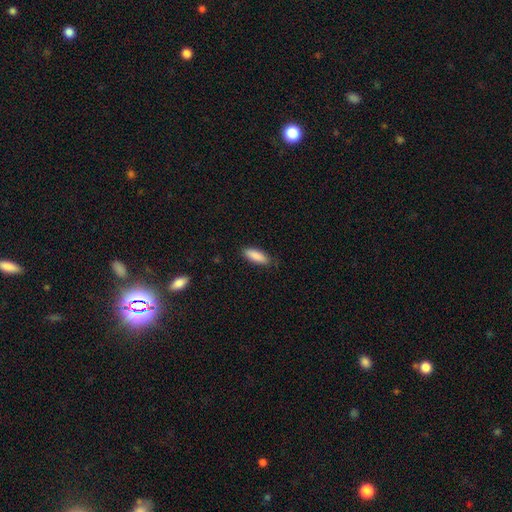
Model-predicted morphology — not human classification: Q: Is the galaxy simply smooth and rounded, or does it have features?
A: smooth — 88%.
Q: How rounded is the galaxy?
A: in between — 63%.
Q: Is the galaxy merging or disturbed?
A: none — 84%.